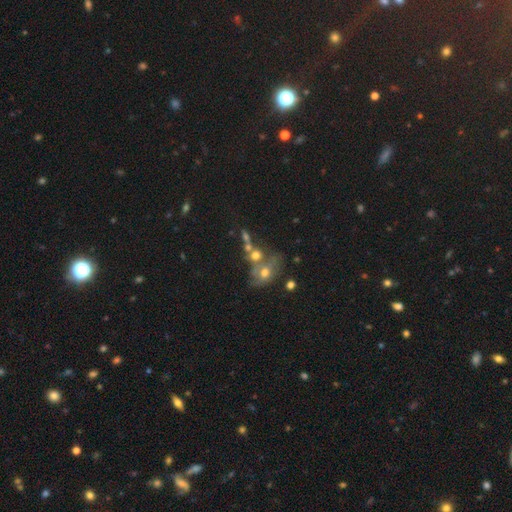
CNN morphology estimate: Q: Smooth or featured?
A: smooth (41%); runner-up: featured or disk (40%)
Q: Merging?
A: merger (45%); runner-up: none (30%)